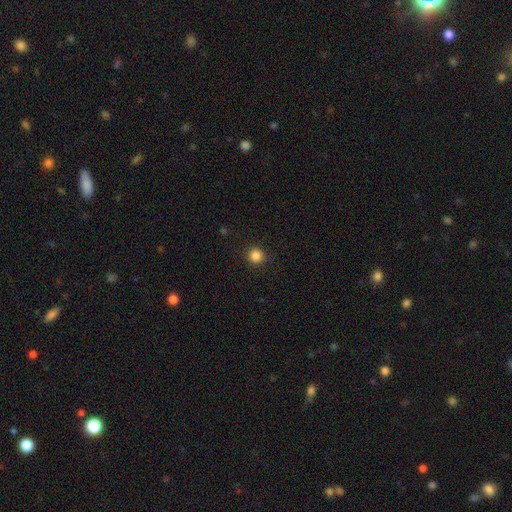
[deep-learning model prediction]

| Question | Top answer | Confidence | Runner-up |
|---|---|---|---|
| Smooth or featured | smooth | 85% | star or artifact (12%) |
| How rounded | round | 95% | in between (4%) |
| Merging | none | 92% | minor disturbance (6%) |